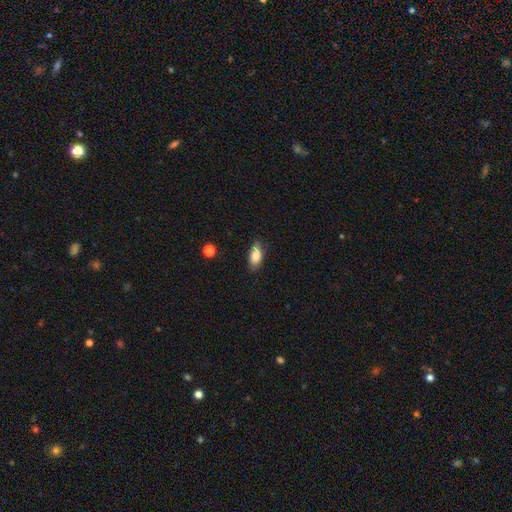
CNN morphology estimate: This is likely a smooth galaxy (79%). How rounded: clearly in between (85%). Merging: likely none (74%).